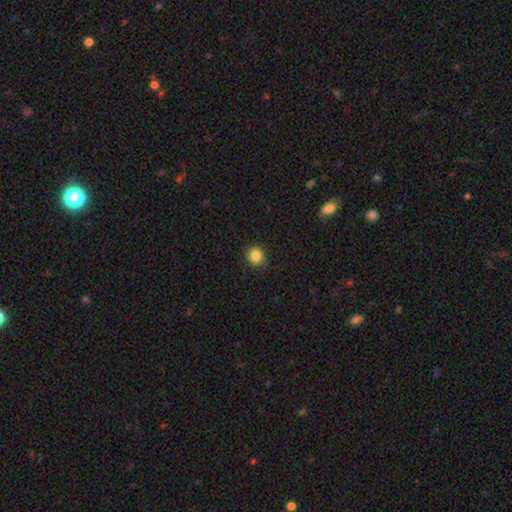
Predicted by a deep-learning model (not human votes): smooth 85%, star or artifact 11%, featured or disk 5%. Down the decision tree: how rounded — round (88%); merging — none (89%).